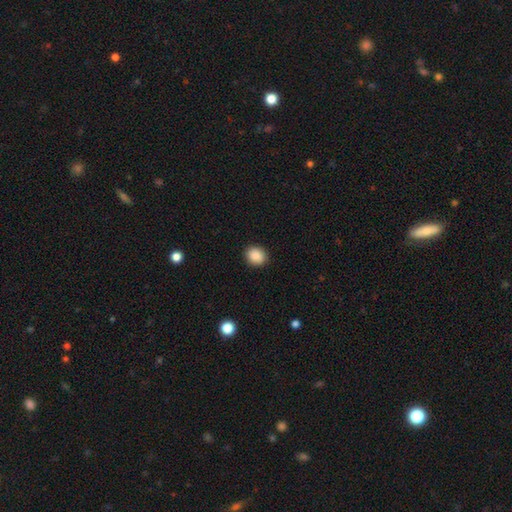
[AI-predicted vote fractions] smooth-or-featured: smooth: 89% | star or artifact: 8% | featured or disk: 3%
  how-rounded: round: 62% | in between: 37% | cigar-shaped: 1%
  merging: none: 90% | minor disturbance: 7% | major disturbance: 2% | merger: 1%